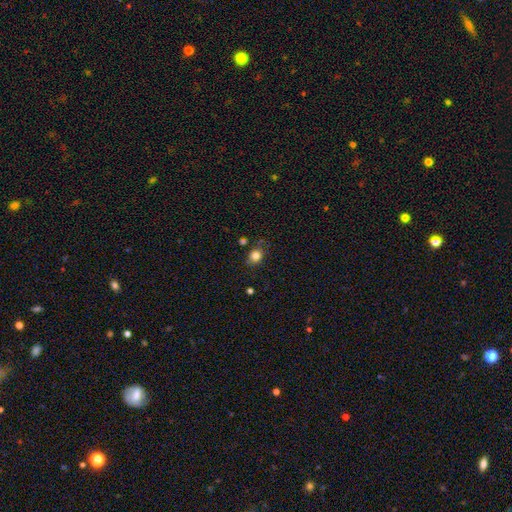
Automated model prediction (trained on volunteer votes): A smooth galaxy with no disk features (82%) that is round (69%).

Vote fractions:
- Smooth or featured? smooth: 82% / star or artifact: 12% / featured or disk: 6%
- How rounded? round: 69% / in between: 30% / cigar-shaped: 1%
- Merging? none: 77% / minor disturbance: 16% / major disturbance: 4% / merger: 3%